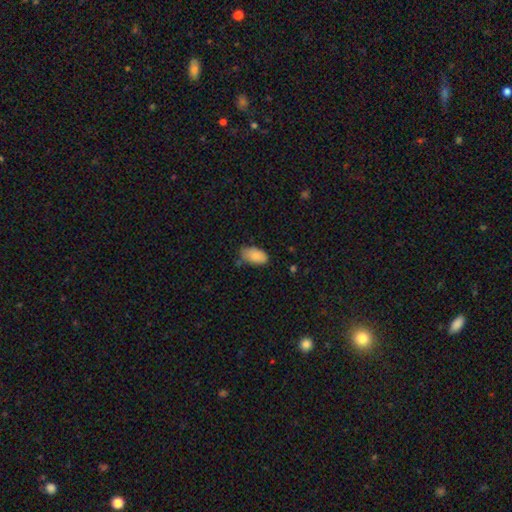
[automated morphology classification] This is clearly a smooth galaxy (84%). How rounded: clearly in between (94%). Merging: possibly none (58%).